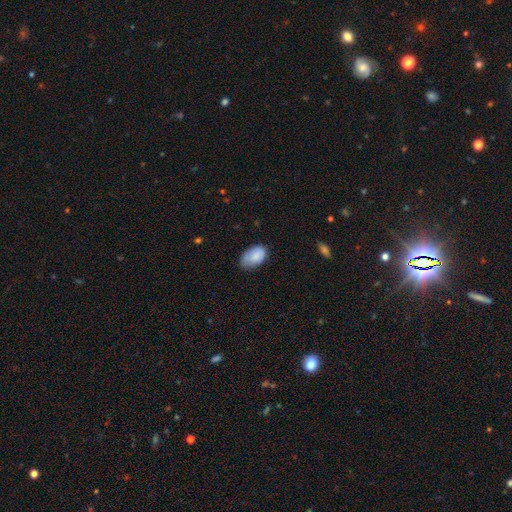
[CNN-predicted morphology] Smooth or featured? Predicted: smooth (p=0.85). How rounded? Predicted: in between (p=0.91). Merging? Predicted: none (p=0.56).